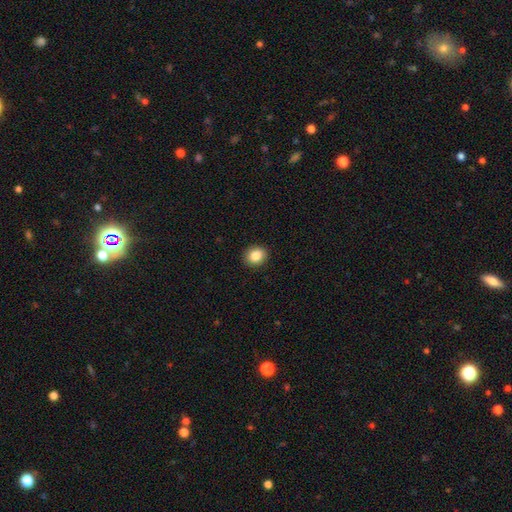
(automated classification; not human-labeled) Overall: smooth (86%). How rounded: round (71%). Merging: none (92%).